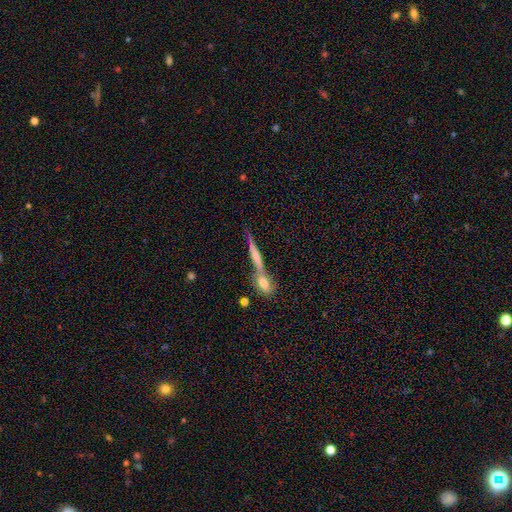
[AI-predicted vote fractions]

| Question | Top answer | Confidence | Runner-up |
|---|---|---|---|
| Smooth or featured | featured or disk | 50% | smooth (41%) |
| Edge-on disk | yes | 89% | no (11%) |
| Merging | none | 48% | merger (38%) |